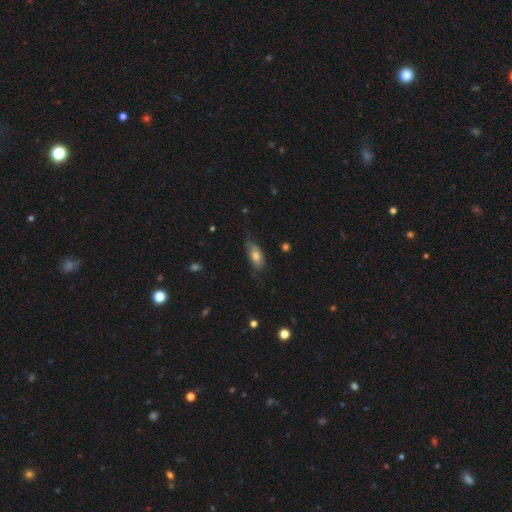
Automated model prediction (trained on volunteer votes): Smooth or featured? smooth (75%)
How rounded? in between (84%)
Merging? none (59%)